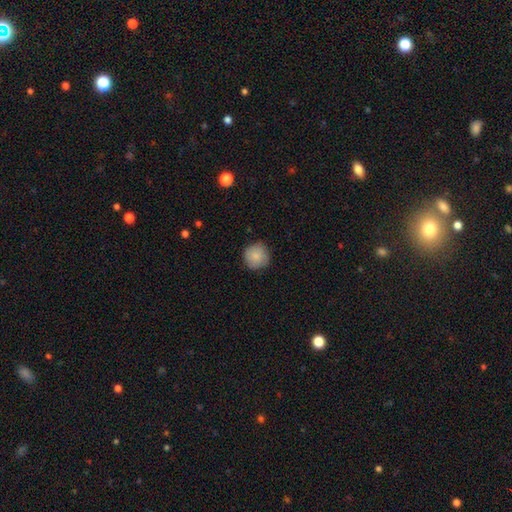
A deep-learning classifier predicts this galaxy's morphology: smooth-or-featured: smooth: 86% | featured or disk: 7% | star or artifact: 7%
  how-rounded: round: 94% | in between: 5% | cigar-shaped: 1%
  merging: none: 85% | minor disturbance: 12% | major disturbance: 2% | merger: 1%